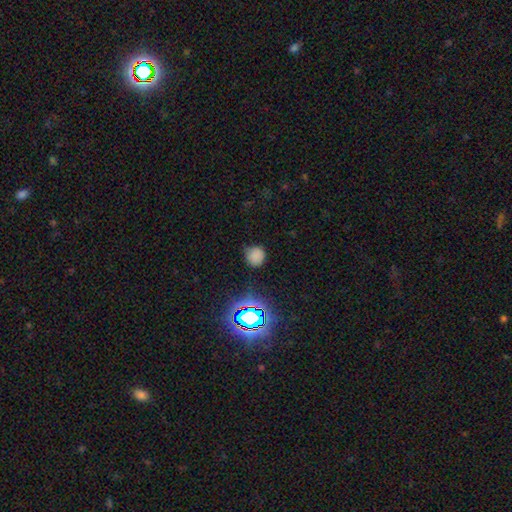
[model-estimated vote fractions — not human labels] A smooth galaxy with no disk features (72%) that is round (90%).

Vote fractions:
- Smooth or featured? smooth: 72% / star or artifact: 21% / featured or disk: 6%
- How rounded? round: 90% / in between: 8% / cigar-shaped: 1%
- Merging? none: 80% / minor disturbance: 15% / major disturbance: 4% / merger: 2%